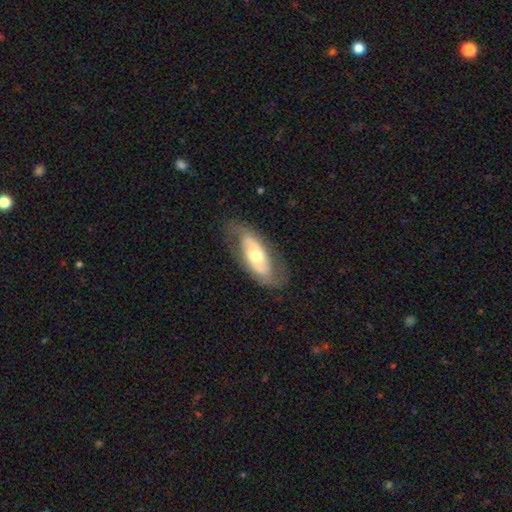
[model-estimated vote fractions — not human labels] smooth-or-featured: featured or disk: 65% | smooth: 30% | star or artifact: 5%
  disk-edge-on: no: 86% | yes: 14%
    bar: no: 65% | weak: 23% | strong: 12%
    has-spiral-arms: yes: 63% | no: 37%
    bulge-size: moderate: 70% | small: 15% | large: 13% | dominant: 1% | none: 1%
  merging: none: 72% | minor disturbance: 18% | major disturbance: 9% | merger: 1%